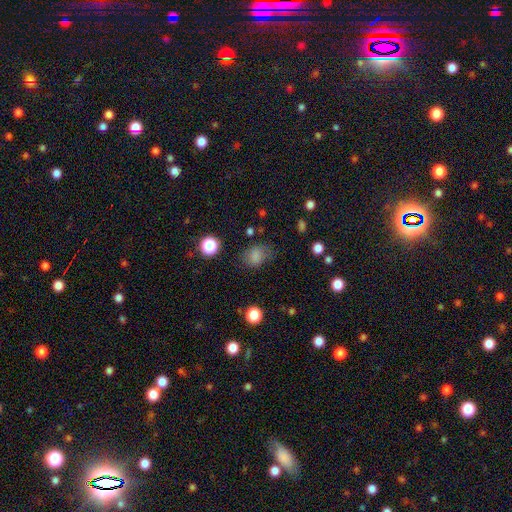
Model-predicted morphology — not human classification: This is likely a smooth galaxy (78%). How rounded: possibly in between (59%). Merging: likely none (65%).